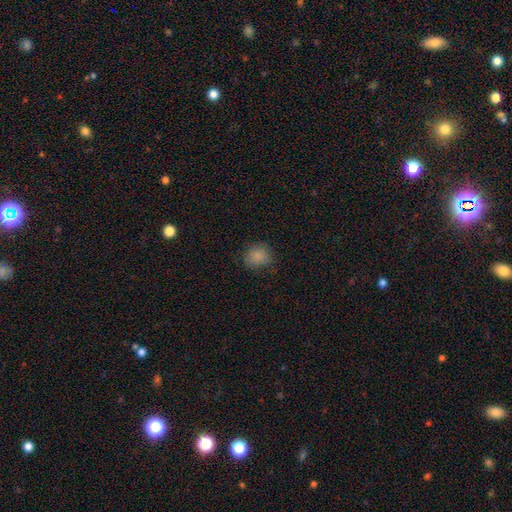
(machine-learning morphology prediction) type=smooth (84%); roundness=round (77%); merging=none (76%).